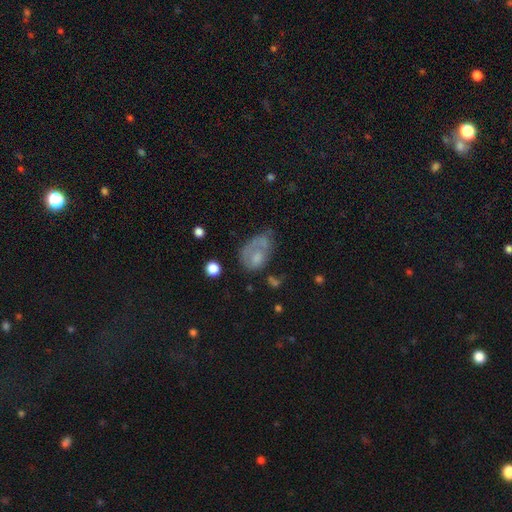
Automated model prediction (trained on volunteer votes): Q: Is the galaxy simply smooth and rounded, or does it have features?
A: smooth — 52%.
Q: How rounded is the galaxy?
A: in between — 79%.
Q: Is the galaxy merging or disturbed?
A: major disturbance — 36%.